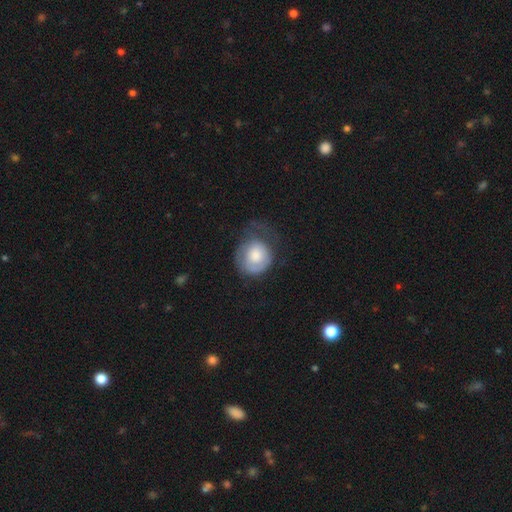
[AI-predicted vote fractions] This appears to be a smooth galaxy with no disk features (63%) that is round (79%). Merging: none (35%).